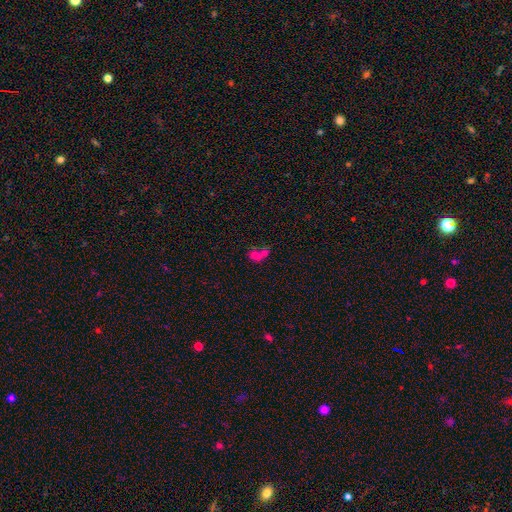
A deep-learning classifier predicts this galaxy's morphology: Smooth or featured: smooth — 68% (featured or disk — 19%)
How rounded: round — 57% (in between — 42%)
Merging: merger — 69% (none — 21%)